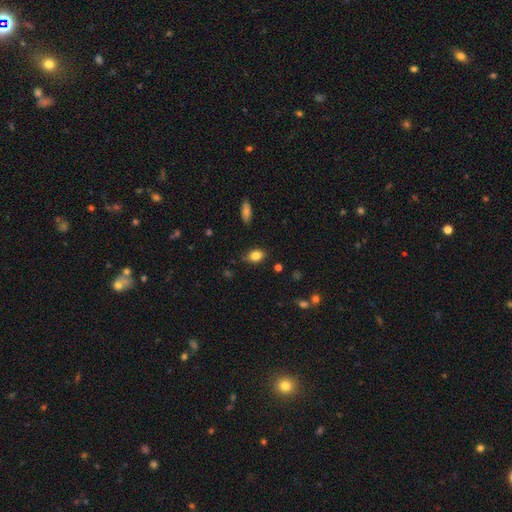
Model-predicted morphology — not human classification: The model was most divided on "how rounded": in between: 69%, round: 29%, cigar-shaped: 2%. More confident: smooth or featured — smooth (84%); merging — none (73%).